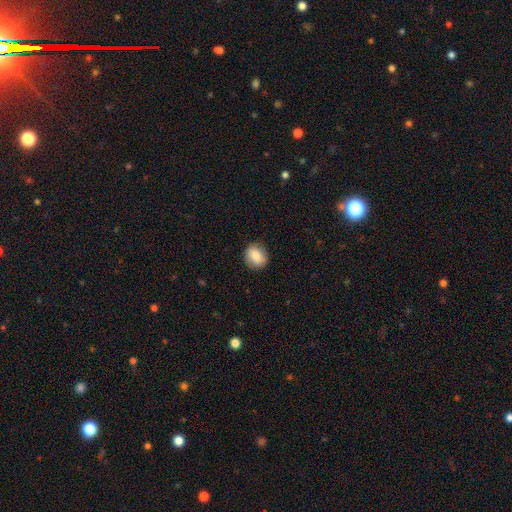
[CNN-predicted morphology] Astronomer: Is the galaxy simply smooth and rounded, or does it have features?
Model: smooth — 81%.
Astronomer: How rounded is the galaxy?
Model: round — 68%.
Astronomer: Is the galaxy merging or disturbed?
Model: none — 87%.